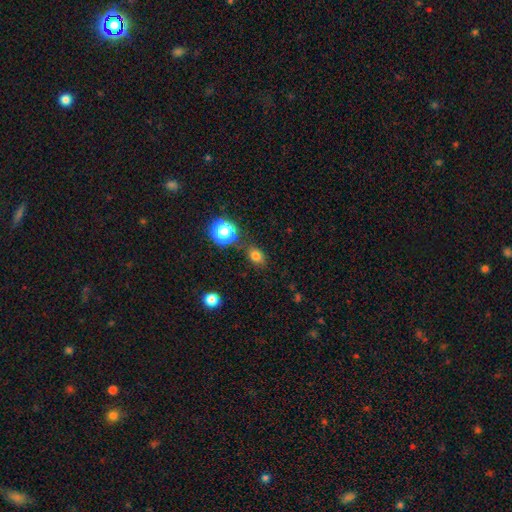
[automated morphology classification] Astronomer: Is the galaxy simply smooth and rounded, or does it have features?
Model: smooth — 76%.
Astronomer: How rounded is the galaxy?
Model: in between — 58% (runner-up: round, 40%).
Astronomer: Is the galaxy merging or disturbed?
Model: none — 80%.